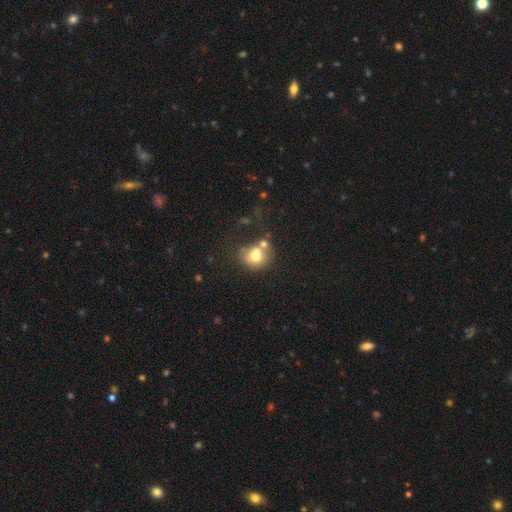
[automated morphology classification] Q: Smooth or featured?
A: smooth (68%); runner-up: featured or disk (21%)
Q: How rounded?
A: round (71%); runner-up: in between (28%)
Q: Merging?
A: none (43%); runner-up: merger (32%)